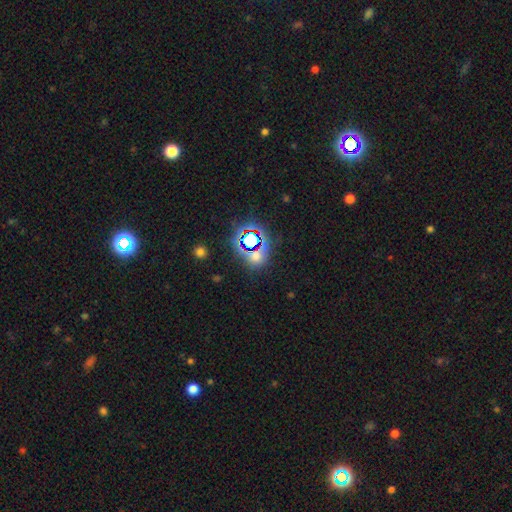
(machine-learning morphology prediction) smooth_or_featured: star or artifact (p=0.56) [alt: smooth p=0.35]